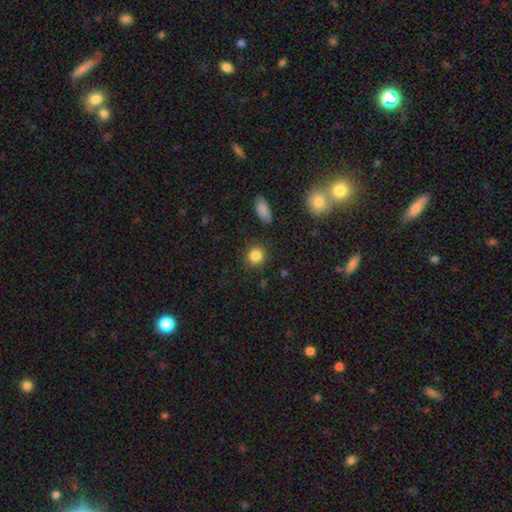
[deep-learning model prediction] The model was most divided on "how rounded": round: 87%, in between: 12%, cigar-shaped: 1%. More confident: merging — none (88%); smooth or featured — smooth (85%).